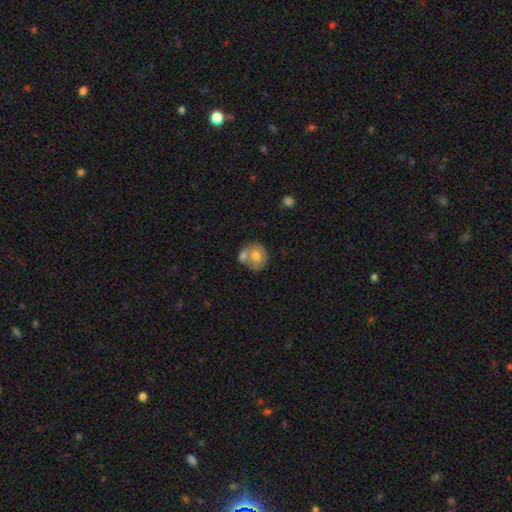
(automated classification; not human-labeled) This is likely a smooth galaxy (67%). How rounded: likely round (73%). Merging: possibly merger (46%).